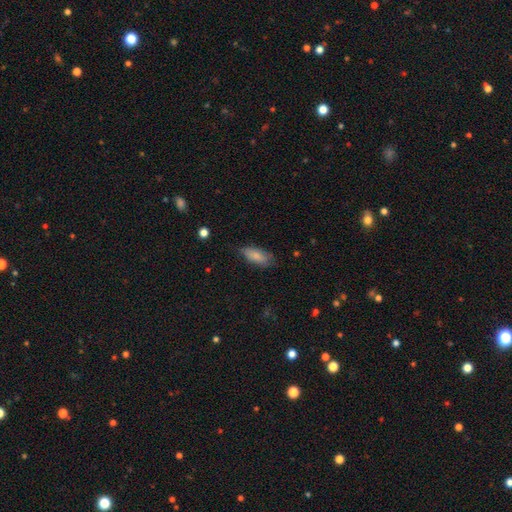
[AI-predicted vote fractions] smooth-or-featured: smooth: 82% | featured or disk: 11% | star or artifact: 7%
  how-rounded: in between: 85% | cigar-shaped: 13% | round: 2%
  merging: none: 65% | minor disturbance: 27% | major disturbance: 6% | merger: 1%